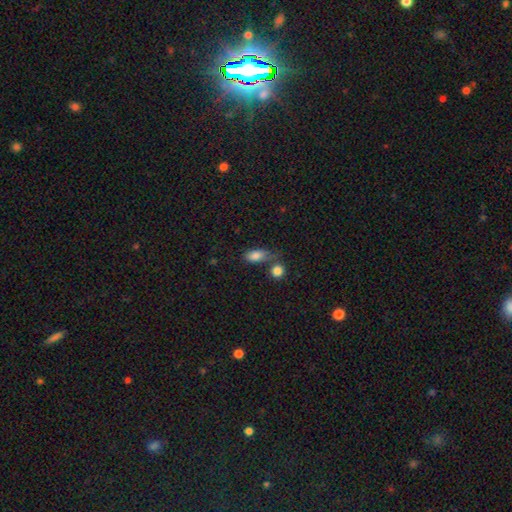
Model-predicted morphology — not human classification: The model was most divided on "merging": none: 46%, merger: 27%, minor disturbance: 19%, major disturbance: 9%. More confident: how rounded — in between (86%); smooth or featured — smooth (83%).